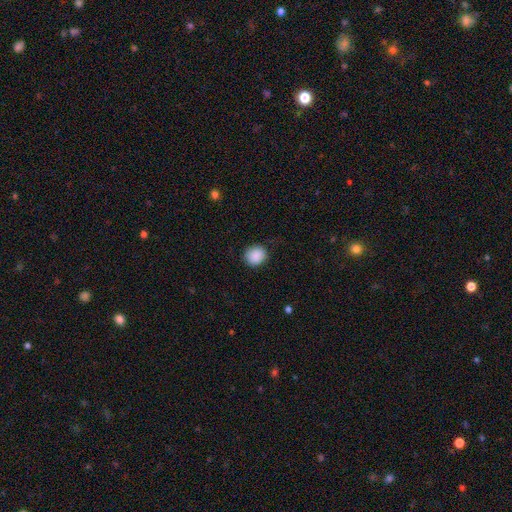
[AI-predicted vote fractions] A smooth galaxy with no disk features (89%) that is round (76%).

Vote fractions:
- Smooth or featured? smooth: 89% / star or artifact: 8% / featured or disk: 3%
- How rounded? round: 76% / in between: 23% / cigar-shaped: 1%
- Merging? none: 84% / minor disturbance: 12% / major disturbance: 3% / merger: 1%